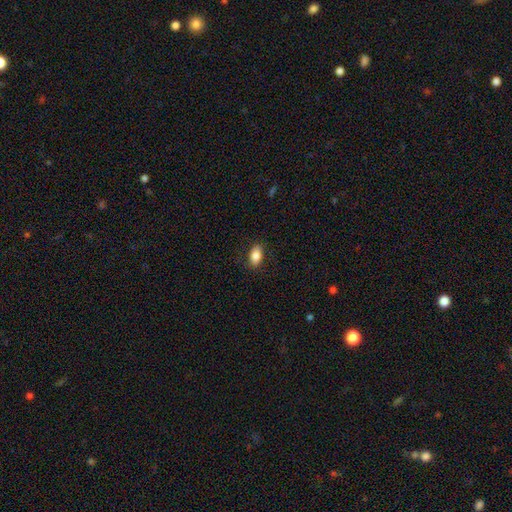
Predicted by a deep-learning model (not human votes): smooth 84%, featured or disk 8%, star or artifact 8%. Down the decision tree: how rounded — in between (89%); merging — none (86%).